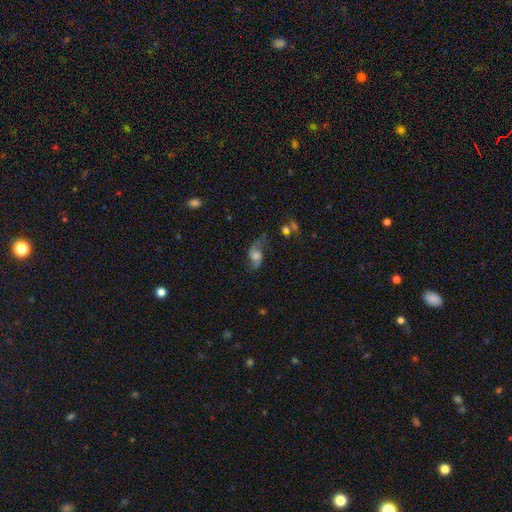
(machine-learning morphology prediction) A featured or disk galaxy (65%) with no bar (59%), 2 (88%) loose (68%) spiral arms (90%) and a moderate central bulge (43%). Merging: none (61%).